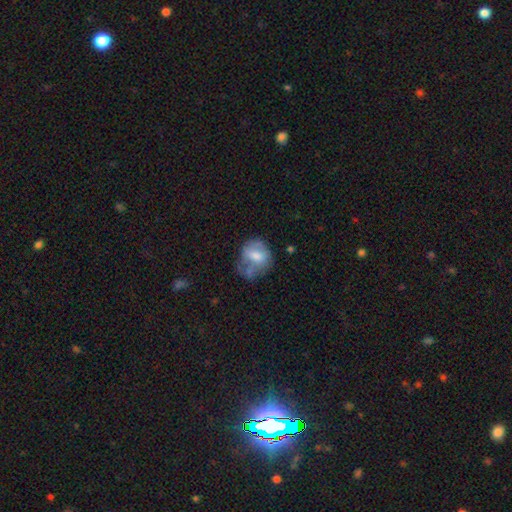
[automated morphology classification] Smooth or featured? smooth (60%)
How rounded? round (54%)
Merging? none (35%)